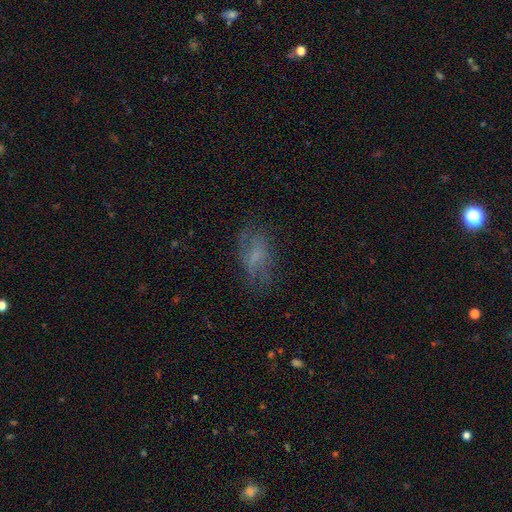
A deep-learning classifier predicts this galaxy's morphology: This is possibly a smooth galaxy (48%). Merging: possibly none (57%).